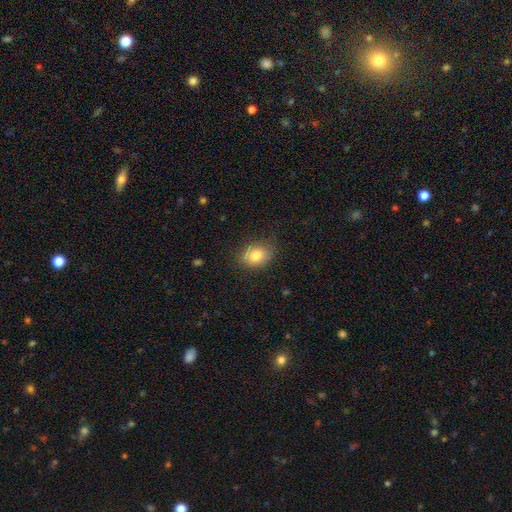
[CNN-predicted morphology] smooth_or_featured: smooth (p=0.80) [alt: featured or disk p=0.11]
how_rounded: in between (p=0.63) [alt: round p=0.36]
merging: none (p=0.78) [alt: minor disturbance p=0.17]